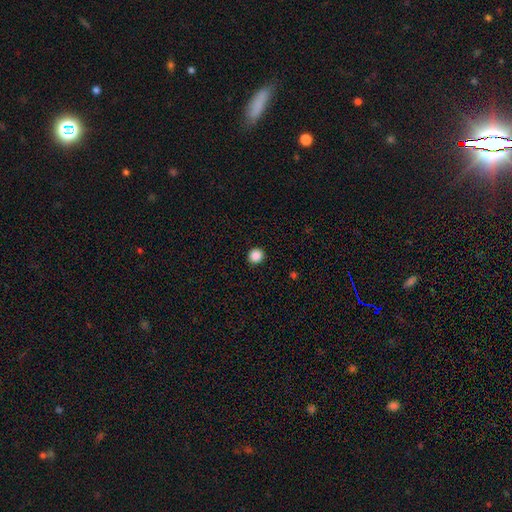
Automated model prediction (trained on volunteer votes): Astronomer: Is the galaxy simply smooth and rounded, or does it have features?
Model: smooth — 88%.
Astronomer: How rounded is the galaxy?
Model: round — 93%.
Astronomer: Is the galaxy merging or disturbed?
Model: none — 93%.